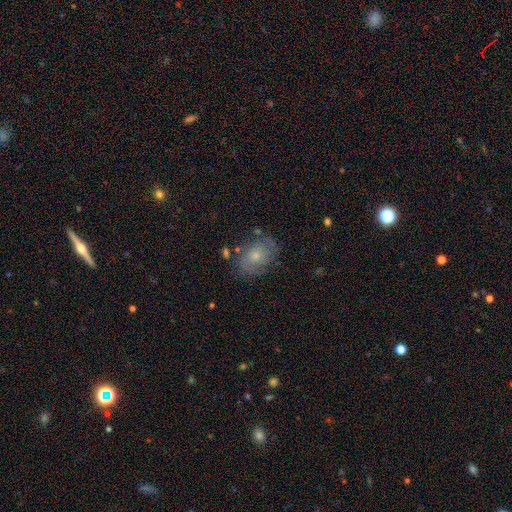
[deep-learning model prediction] Q: Smooth or featured?
A: featured or disk (56%); runner-up: smooth (34%)
Q: Edge-on disk?
A: no (96%); runner-up: yes (4%)
Q: Bar?
A: no (80%); runner-up: weak (17%)
Q: Spiral arms?
A: yes (79%); runner-up: no (21%)
Q: Bulge size?
A: small (46%); tied with: moderate (46%)
Q: Merging?
A: none (72%); runner-up: minor disturbance (18%)